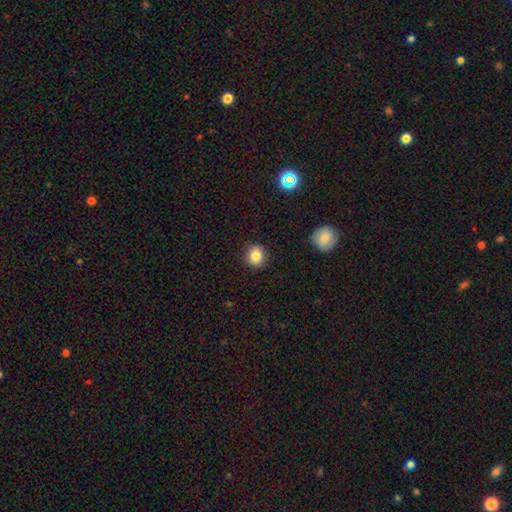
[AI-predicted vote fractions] A smooth galaxy with no disk features (84%) that is round (81%). Merging: none (90%).